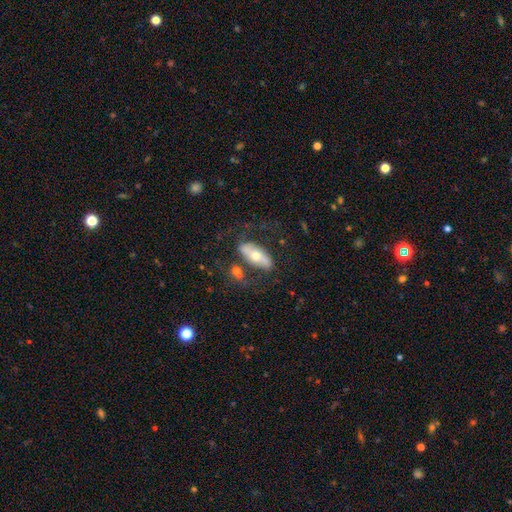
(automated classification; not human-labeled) A featured or disk galaxy (48%). Merging: none (62%).